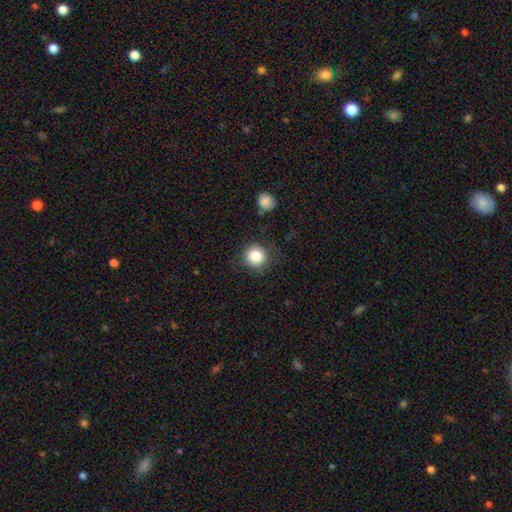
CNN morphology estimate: The model was most divided on "smooth or featured": smooth: 83%, star or artifact: 10%, featured or disk: 7%. More confident: how rounded — round (92%); merging — none (84%).